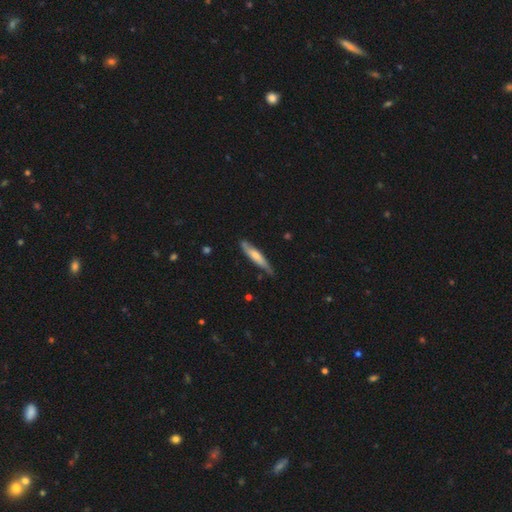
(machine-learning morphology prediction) This appears to be a smooth galaxy with no disk features (55%) that is cigar-shaped (89%). Merging: none (72%).